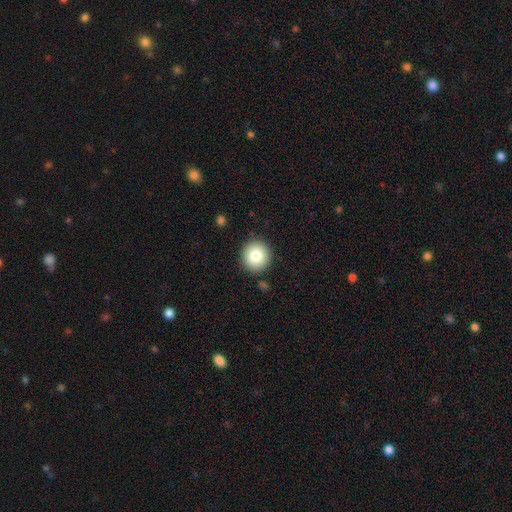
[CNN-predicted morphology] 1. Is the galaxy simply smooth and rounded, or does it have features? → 81% smooth, 10% featured or disk, 9% star or artifact.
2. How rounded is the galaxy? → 93% round, 6% in between, 1% cigar-shaped.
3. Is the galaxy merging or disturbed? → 90% none, 7% minor disturbance, 2% major disturbance, 2% merger.